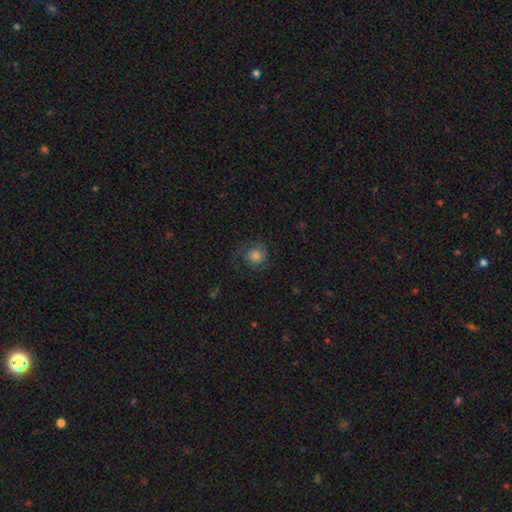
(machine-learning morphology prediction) Smooth or featured? Predicted: smooth (p=0.58). How rounded? Predicted: round (p=0.88). Merging? Predicted: none (p=0.65).